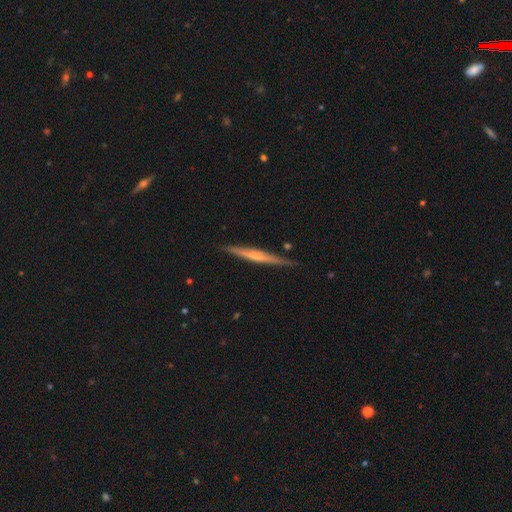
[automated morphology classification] smooth_or_featured: featured or disk (p=0.65) [alt: smooth p=0.30]
disk_edge_on: yes (p=0.98) [alt: no p=0.02]
edge_on_bulge: rounded (p=0.44) [alt: none p=0.41]
merging: none (p=0.89) [alt: minor disturbance p=0.08]